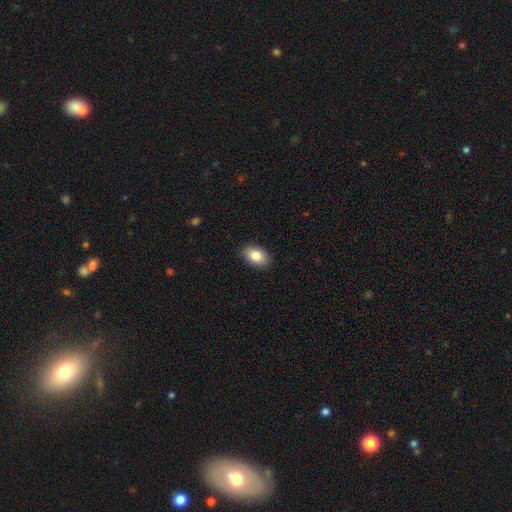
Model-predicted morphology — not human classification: A smooth galaxy with no disk features (83%) that is in between round and cigar-shaped (87%).

Vote fractions:
- Smooth or featured? smooth: 83% / featured or disk: 10% / star or artifact: 7%
- How rounded? in between: 87% / round: 12% / cigar-shaped: 1%
- Merging? none: 90% / minor disturbance: 8% / major disturbance: 2% / merger: 1%